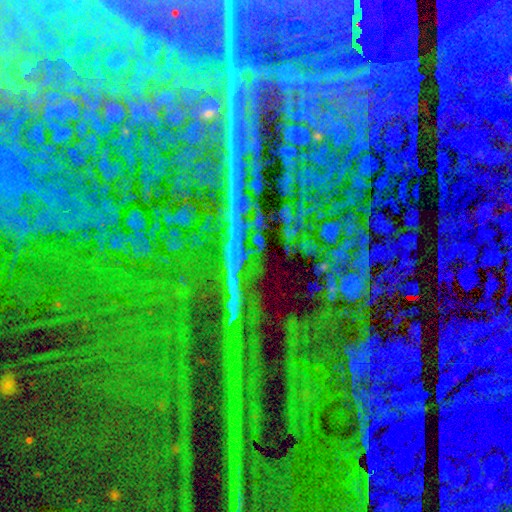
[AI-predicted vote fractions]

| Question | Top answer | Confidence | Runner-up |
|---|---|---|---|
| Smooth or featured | star or artifact | 87% | featured or disk (7%) |